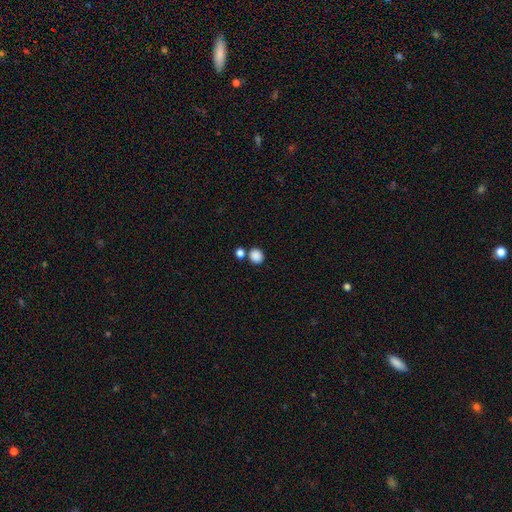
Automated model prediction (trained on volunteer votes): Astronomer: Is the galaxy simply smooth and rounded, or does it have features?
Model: smooth — 87%.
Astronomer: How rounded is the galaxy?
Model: round — 82%.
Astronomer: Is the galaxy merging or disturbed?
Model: none — 72%.